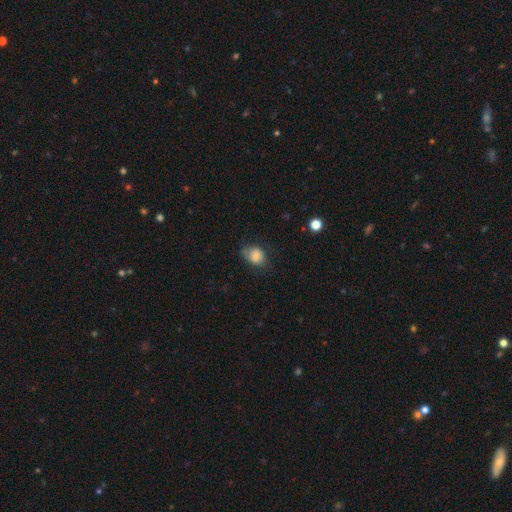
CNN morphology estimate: Smooth or featured?
  - smooth: 80% *
  - featured or disk: 11%
  - star or artifact: 9%
How rounded?
  - in between: 58% *
  - round: 41%
  - cigar-shaped: 1%
Merging?
  - none: 55% *
  - minor disturbance: 32%
  - major disturbance: 11%
  - merger: 2%